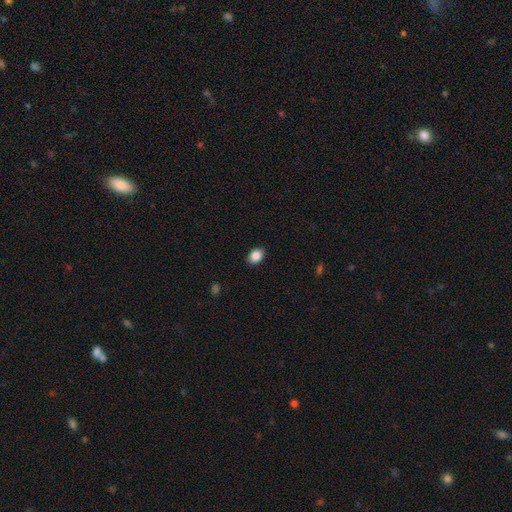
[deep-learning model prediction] smooth 87%, star or artifact 8%, featured or disk 4%. Down the decision tree: how rounded — in between (71%); merging — none (86%).